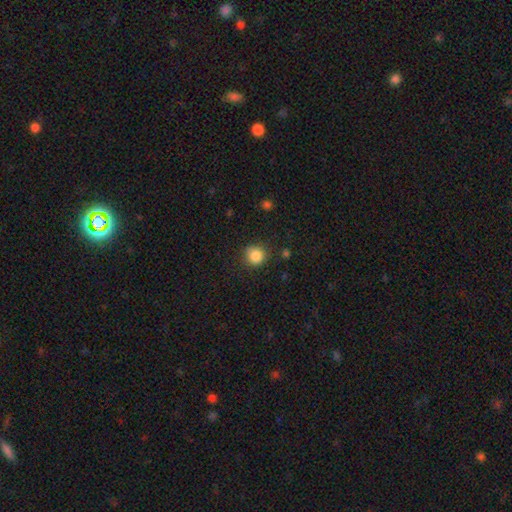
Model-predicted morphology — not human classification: type=smooth (85%); roundness=round (89%); merging=none (83%).